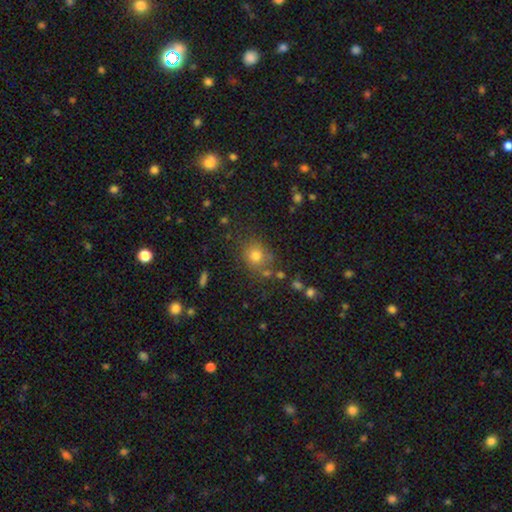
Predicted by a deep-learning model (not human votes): smooth 74%, star or artifact 17%, featured or disk 8%. Down the decision tree: how rounded — round (76%); merging — none (75%).